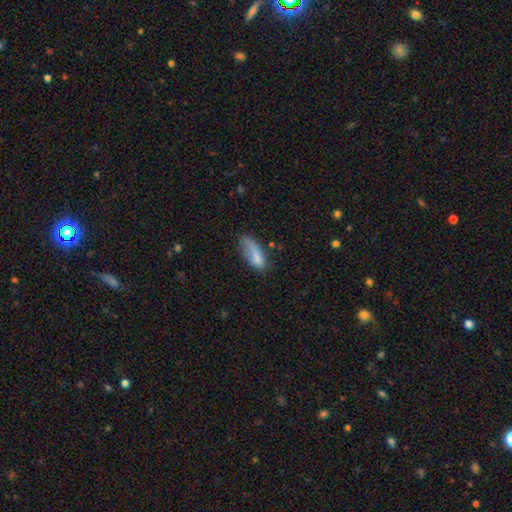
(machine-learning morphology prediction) A smooth galaxy with no disk features (73%) that is in between round and cigar-shaped (79%).

Vote fractions:
- Smooth or featured? smooth: 73% / featured or disk: 18% / star or artifact: 9%
- How rounded? in between: 79% / cigar-shaped: 18% / round: 3%
- Merging? none: 33% / minor disturbance: 32% / major disturbance: 29% / merger: 6%